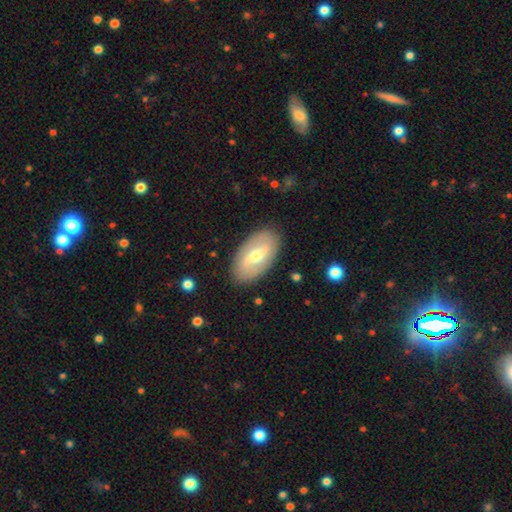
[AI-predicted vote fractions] Morphology: type=featured or disk (60%); edge-on=no (89%); bar=weak (44%); spiral arms=no (54%); bulge=moderate (64%); merging=none (87%).